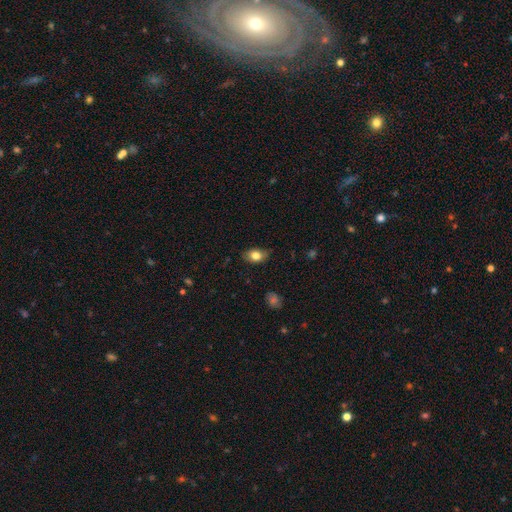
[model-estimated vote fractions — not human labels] A smooth galaxy with no disk features (81%) that is in between round and cigar-shaped (80%). Merging: none (81%).